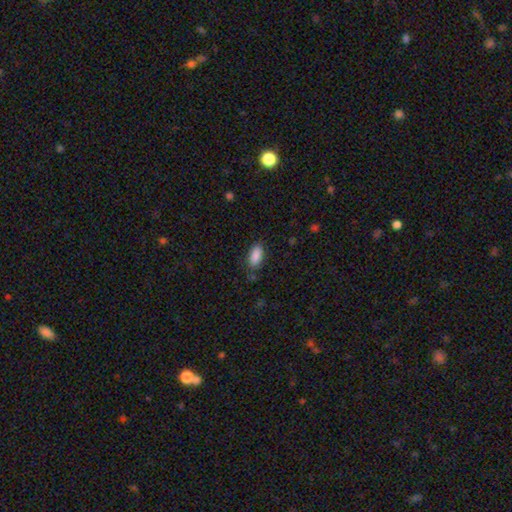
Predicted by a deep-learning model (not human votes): Overall: smooth (89%). How rounded: in between (89%). Merging: none (80%).